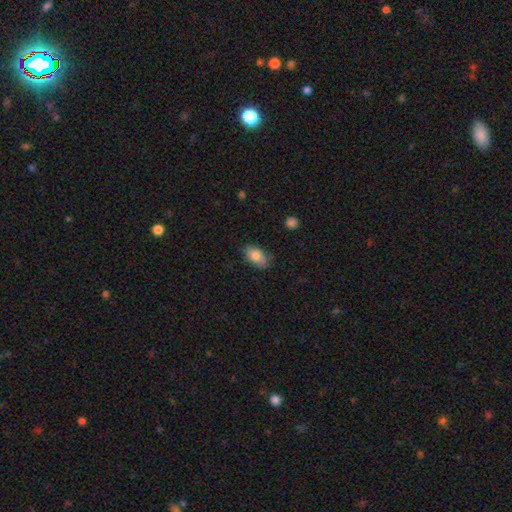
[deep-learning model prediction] Smooth or featured?
  - smooth: 82% *
  - featured or disk: 10%
  - star or artifact: 7%
How rounded?
  - in between: 92% *
  - round: 6%
  - cigar-shaped: 2%
Merging?
  - none: 78% *
  - minor disturbance: 18%
  - major disturbance: 3%
  - merger: 1%